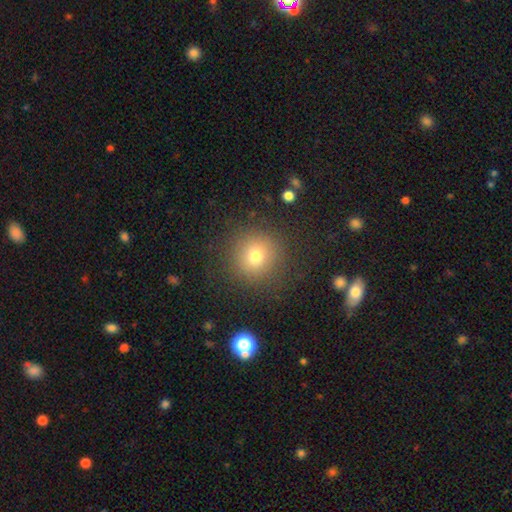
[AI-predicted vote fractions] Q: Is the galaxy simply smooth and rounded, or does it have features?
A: smooth — 75%.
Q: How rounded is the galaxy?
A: round — 93%.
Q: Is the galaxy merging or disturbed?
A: none — 86%.